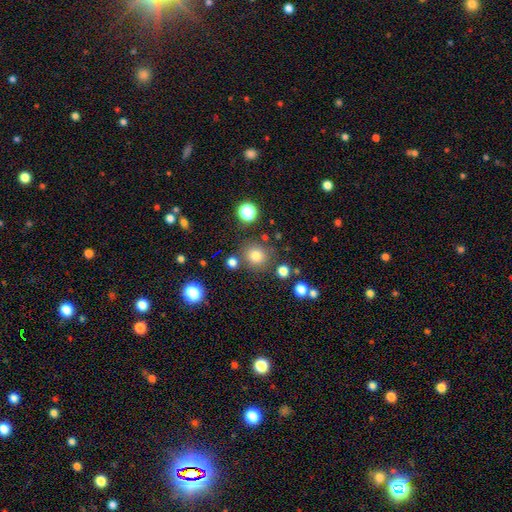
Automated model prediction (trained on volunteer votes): Q: Smooth or featured?
A: smooth (78%); runner-up: star or artifact (15%)
Q: How rounded?
A: round (89%); runner-up: in between (10%)
Q: Merging?
A: none (80%); runner-up: minor disturbance (10%)